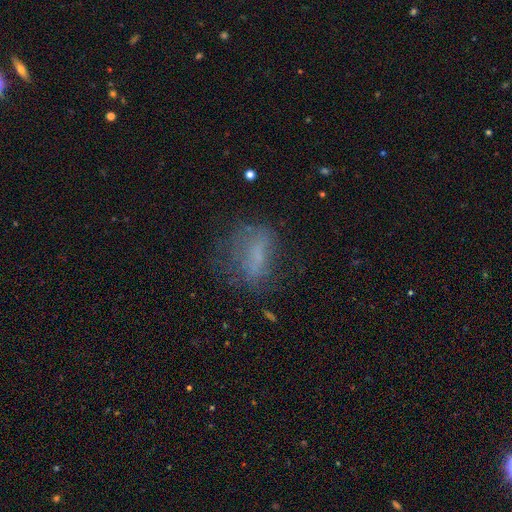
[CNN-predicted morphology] smooth 49%, featured or disk 33%, star or artifact 18%. Down the decision tree: merging — none (49%).